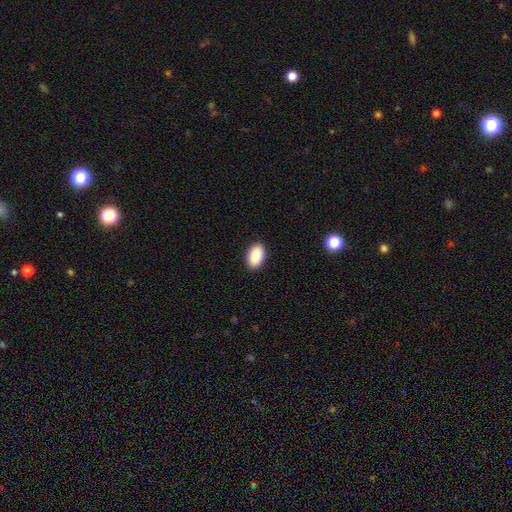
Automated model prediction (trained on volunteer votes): A smooth galaxy with no disk features (90%) that is in between round and cigar-shaped (93%). Merging: none (90%).